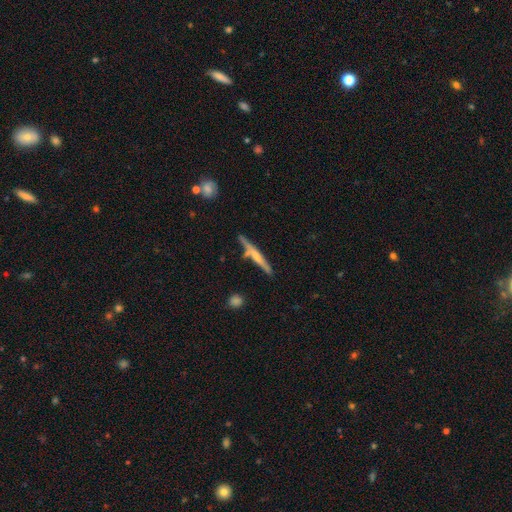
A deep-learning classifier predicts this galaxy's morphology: This appears to be a featured or disk galaxy (52%) viewed edge-on (95%). Merging: none (71%).